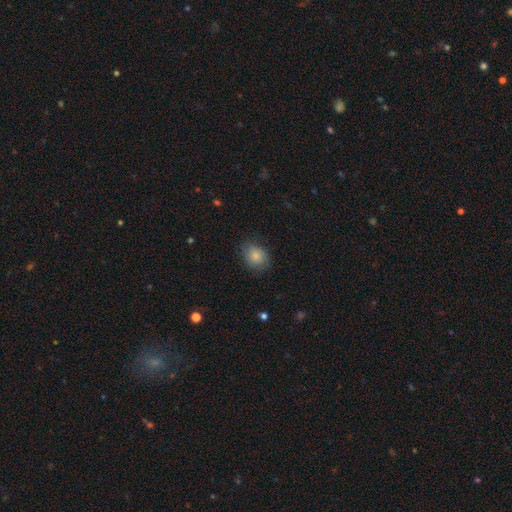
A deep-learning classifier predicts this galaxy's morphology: smooth_or_featured: smooth (p=0.83) [alt: featured or disk p=0.09]
how_rounded: round (p=0.58) [alt: in between p=0.41]
merging: none (p=0.75) [alt: minor disturbance p=0.19]